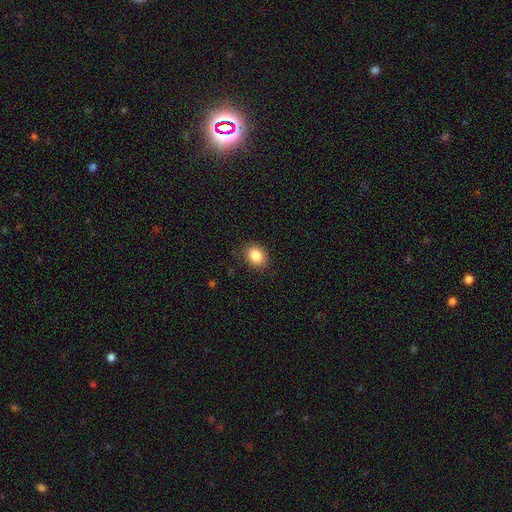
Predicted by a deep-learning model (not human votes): This appears to be a smooth galaxy with no disk features (86%) that is in between round and cigar-shaped (51%). Merging: none (85%).